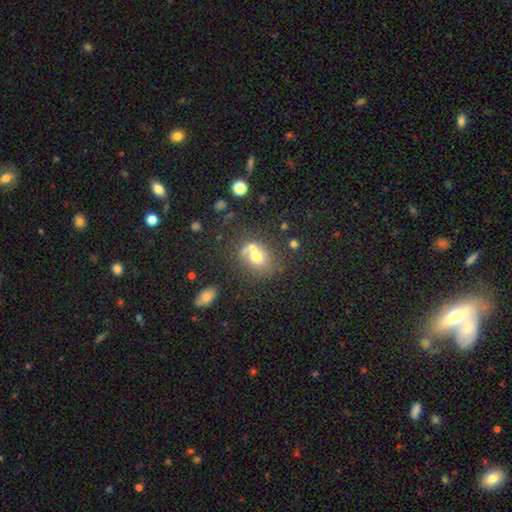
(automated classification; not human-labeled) Morphology: type=smooth (64%); roundness=round (62%); merging=none (41%).